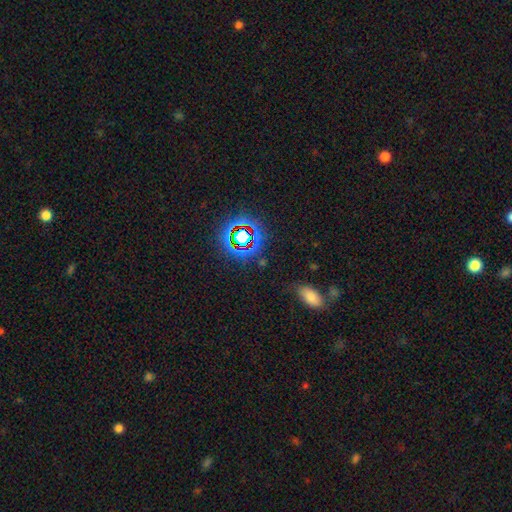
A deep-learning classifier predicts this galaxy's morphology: This appears to be a star or artifact, not a galaxy (43%).